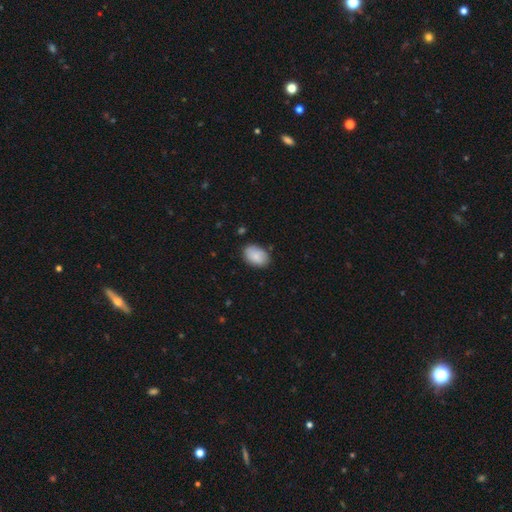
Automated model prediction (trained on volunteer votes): smooth 85%, featured or disk 8%, star or artifact 7%. Down the decision tree: how rounded — in between (87%); merging — none (79%).